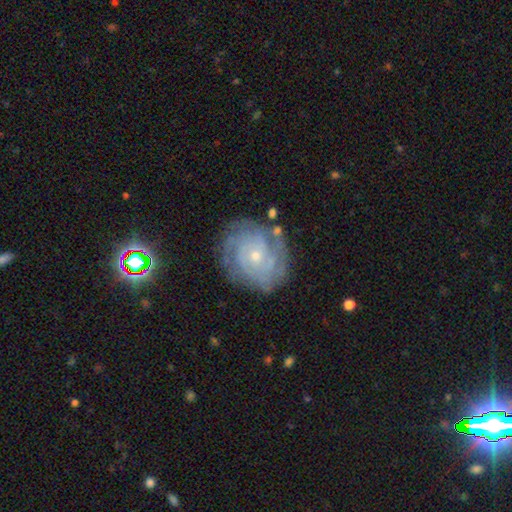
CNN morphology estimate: Smooth or featured? Predicted: featured or disk (p=0.84). Edge-on disk? Predicted: no (p=0.98). Bar? Predicted: no (p=0.76). Spiral arms? Predicted: yes (p=0.95). Spiral winding? Predicted: tight (p=0.75). Spiral arm count? Predicted: can't tell (p=0.33). Bulge size? Predicted: small (p=0.72). Merging? Predicted: none (p=0.77).